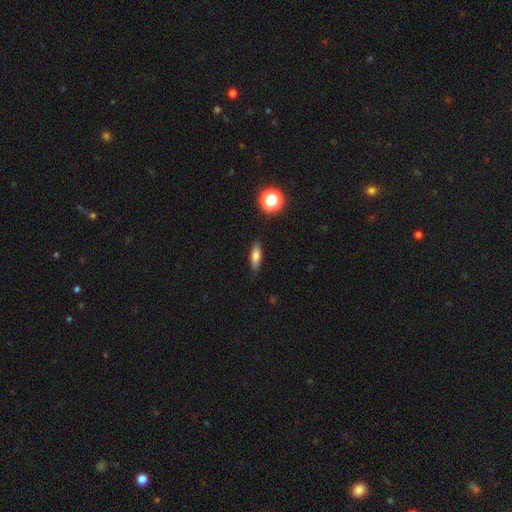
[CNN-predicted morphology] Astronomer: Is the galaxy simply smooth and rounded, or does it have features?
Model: smooth — 72%.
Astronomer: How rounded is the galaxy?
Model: in between — 50% (runner-up: cigar-shaped, 45%).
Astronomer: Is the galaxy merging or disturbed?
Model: none — 86%.